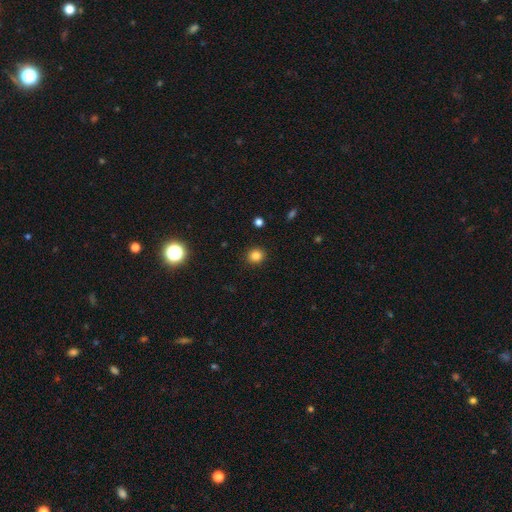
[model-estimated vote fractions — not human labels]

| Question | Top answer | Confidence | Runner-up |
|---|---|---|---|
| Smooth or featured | smooth | 84% | star or artifact (12%) |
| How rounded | round | 87% | in between (12%) |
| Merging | none | 91% | minor disturbance (6%) |